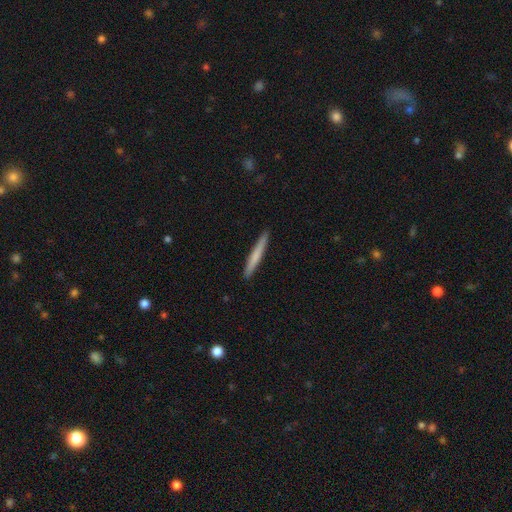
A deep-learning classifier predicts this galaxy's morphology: smooth_or_featured: smooth (p=0.65) [alt: featured or disk p=0.30]
how_rounded: cigar-shaped (p=0.97) [alt: in between p=0.02]
merging: none (p=0.92) [alt: minor disturbance p=0.06]